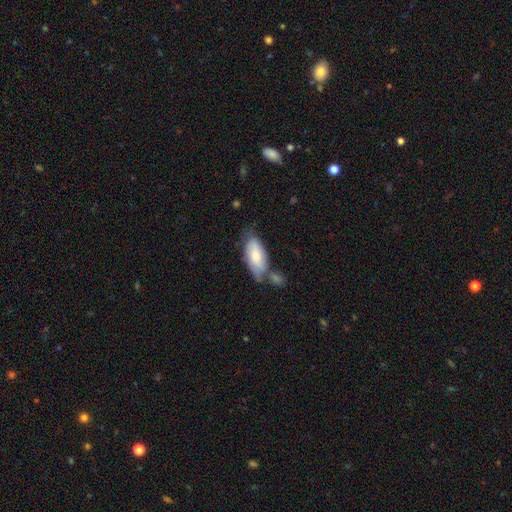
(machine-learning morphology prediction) This is likely a smooth galaxy (74%). How rounded: clearly in between (87%). Merging: marginally none (43%).